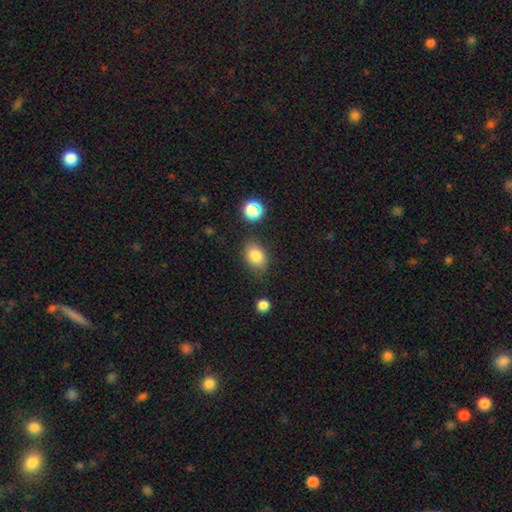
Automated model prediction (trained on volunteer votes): Smooth or featured? smooth (83%)
How rounded? in between (75%)
Merging? none (75%)